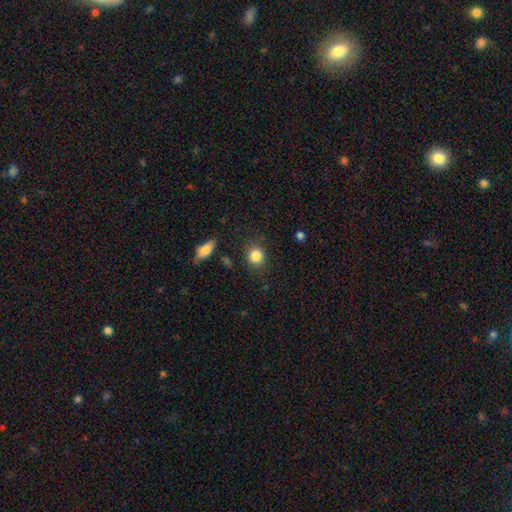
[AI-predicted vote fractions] smooth_or_featured: smooth (p=0.85) [alt: star or artifact p=0.09]
how_rounded: round (p=0.77) [alt: in between p=0.22]
merging: none (p=0.85) [alt: minor disturbance p=0.10]